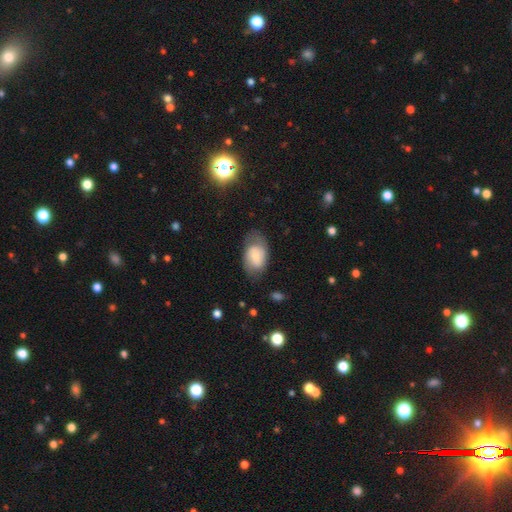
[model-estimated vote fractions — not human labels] This appears to be a smooth galaxy with no disk features (58%) that is in between round and cigar-shaped (89%). Merging: none (62%).